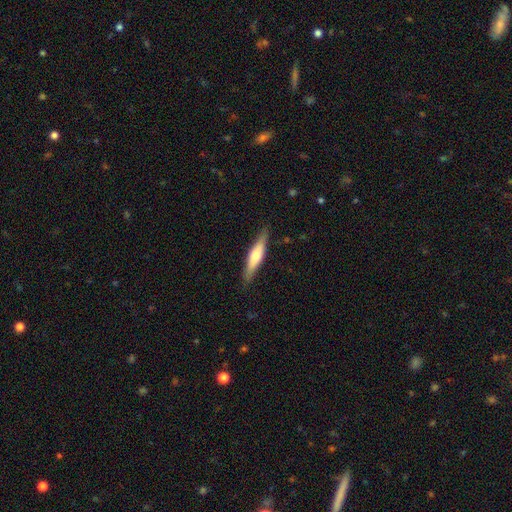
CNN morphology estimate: Q: Smooth or featured?
A: smooth (49%); runner-up: featured or disk (45%)
Q: Merging?
A: none (86%); runner-up: minor disturbance (10%)